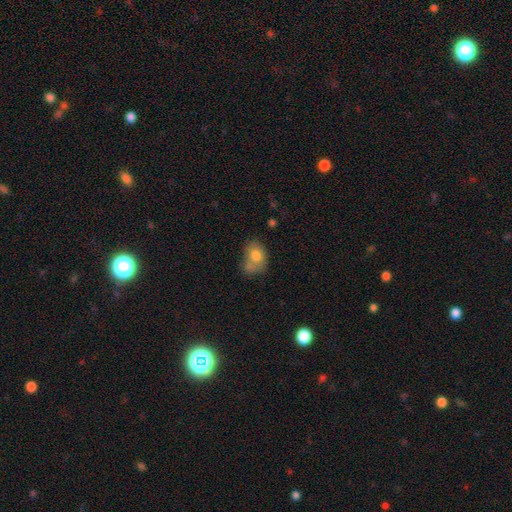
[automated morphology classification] The model was most divided on "merging": none: 34%, merger: 32%, minor disturbance: 23%, major disturbance: 12%. More confident: smooth or featured — smooth (76%); how rounded — in between (68%).